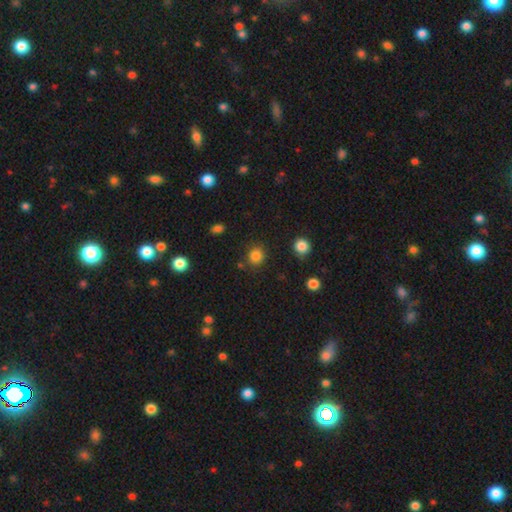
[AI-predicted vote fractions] Overall: smooth (84%). How rounded: round (85%). Merging: none (83%).